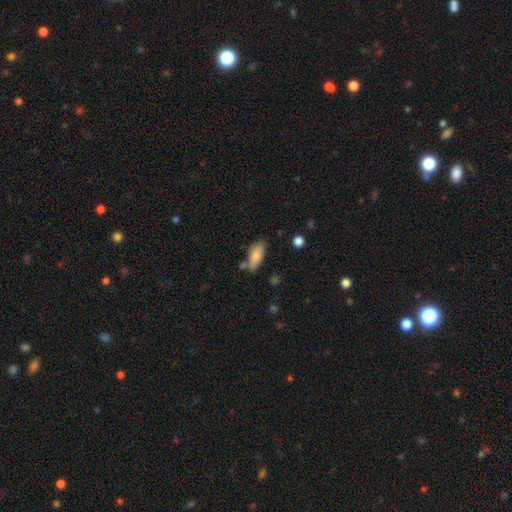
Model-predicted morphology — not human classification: A smooth galaxy with no disk features (84%) that is in between round and cigar-shaped (82%).

Vote fractions:
- Smooth or featured? smooth: 84% / featured or disk: 9% / star or artifact: 7%
- How rounded? in between: 82% / cigar-shaped: 16% / round: 2%
- Merging? none: 67% / minor disturbance: 20% / merger: 9% / major disturbance: 5%